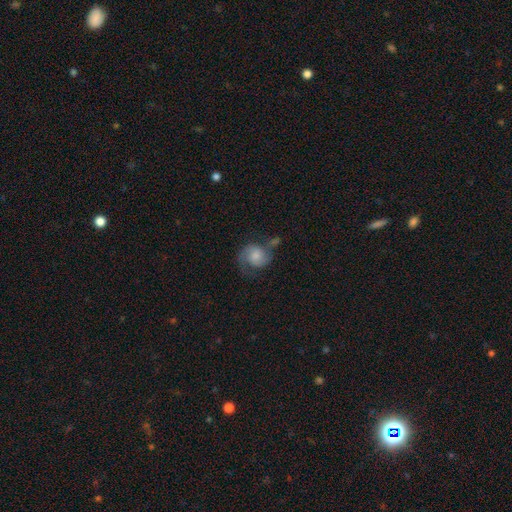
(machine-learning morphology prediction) type=featured or disk (61%); edge-on=no (98%); bar=no (68%); spiral arms=yes (92%); winding=medium (47%); arm count=2 (86%); bulge=moderate (33%); merging=none (51%).